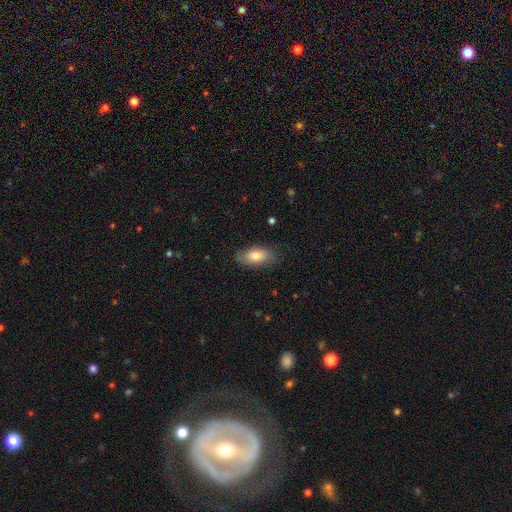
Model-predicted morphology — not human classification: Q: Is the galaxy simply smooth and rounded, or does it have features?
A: smooth — 73%.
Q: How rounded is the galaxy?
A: in between — 90%.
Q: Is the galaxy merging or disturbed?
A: none — 76%.